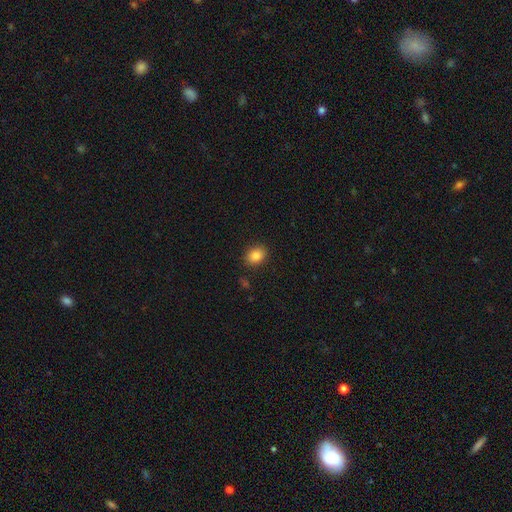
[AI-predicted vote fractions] A smooth galaxy with no disk features (86%) that is in between round and cigar-shaped (57%).

Vote fractions:
- Smooth or featured? smooth: 86% / star or artifact: 10% / featured or disk: 5%
- How rounded? in between: 57% / round: 42% / cigar-shaped: 1%
- Merging? none: 87% / minor disturbance: 9% / major disturbance: 3% / merger: 2%